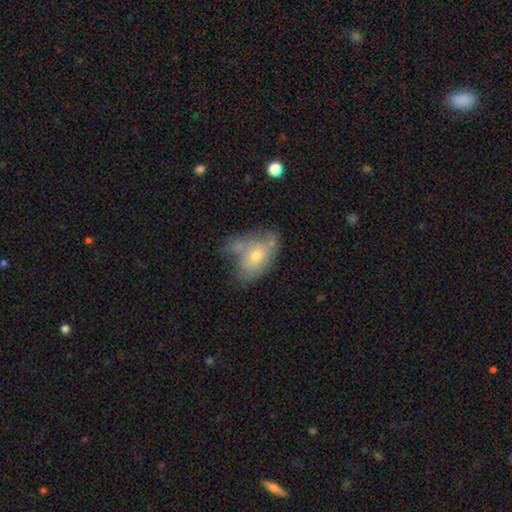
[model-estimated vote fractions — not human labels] A smooth galaxy with no disk features (58%) that is in between round and cigar-shaped (84%). Merging: none (36%).